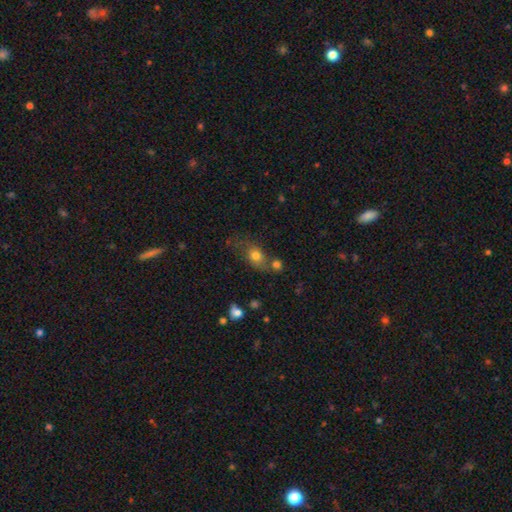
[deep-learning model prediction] This is likely a smooth galaxy (75%). How rounded: likely in between (60%). Merging: possibly none (49%).